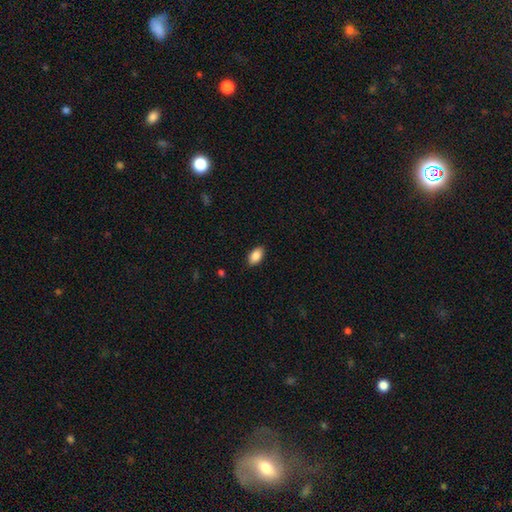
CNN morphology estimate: The model was most divided on "merging": none: 87%, minor disturbance: 10%, major disturbance: 2%, merger: 1%. More confident: how rounded — in between (92%); smooth or featured — smooth (88%).